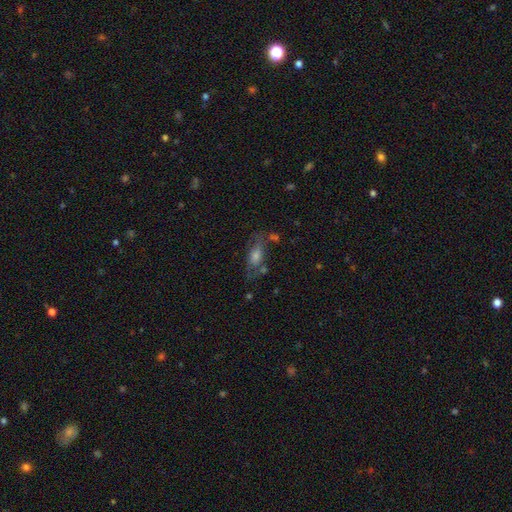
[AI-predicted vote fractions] featured or disk 43%, smooth 41%, star or artifact 16%. Down the decision tree: merging — none (58%).